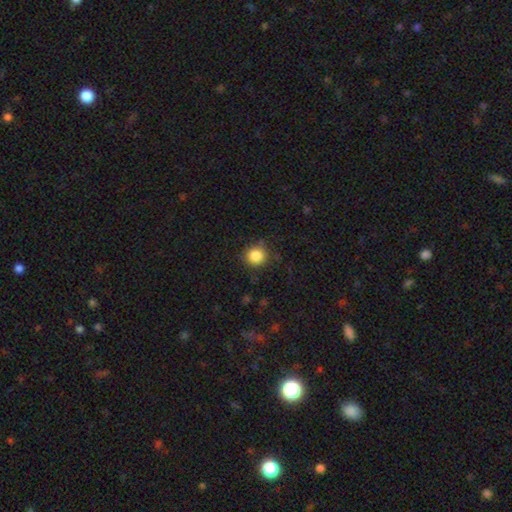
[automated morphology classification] A smooth galaxy with no disk features (86%) that is round (93%).

Vote fractions:
- Smooth or featured? smooth: 86% / star or artifact: 10% / featured or disk: 4%
- How rounded? round: 93% / in between: 6% / cigar-shaped: 1%
- Merging? none: 85% / minor disturbance: 10% / major disturbance: 3% / merger: 2%